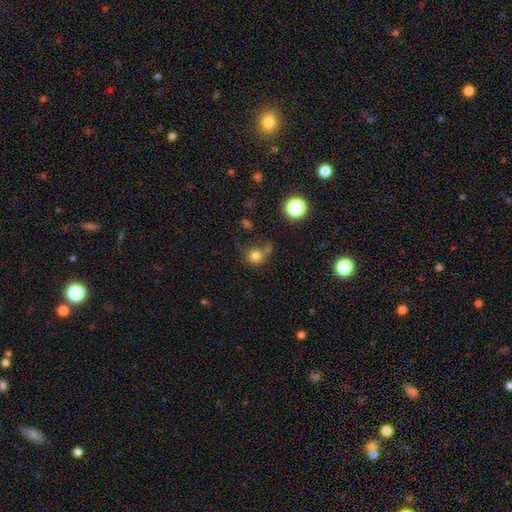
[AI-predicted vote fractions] Q: Smooth or featured?
A: smooth (77%); runner-up: star or artifact (14%)
Q: How rounded?
A: round (84%); runner-up: in between (15%)
Q: Merging?
A: none (52%); runner-up: merger (21%)